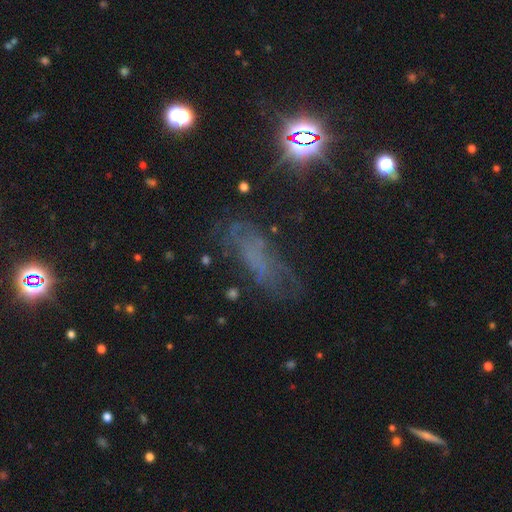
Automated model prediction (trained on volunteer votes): smooth_or_featured: featured or disk (p=0.37) [alt: smooth p=0.35]
merging: none (p=0.58) [alt: minor disturbance p=0.22]